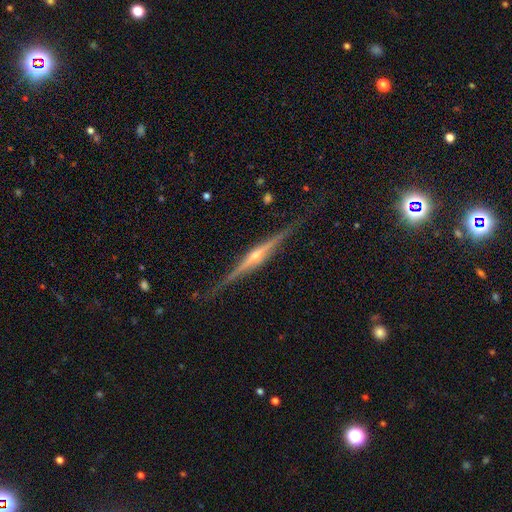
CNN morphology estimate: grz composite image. It shows a featured or disk galaxy (87%) viewed edge-on (98%) with a rounded central bulge (85%). Merging: none (86%).